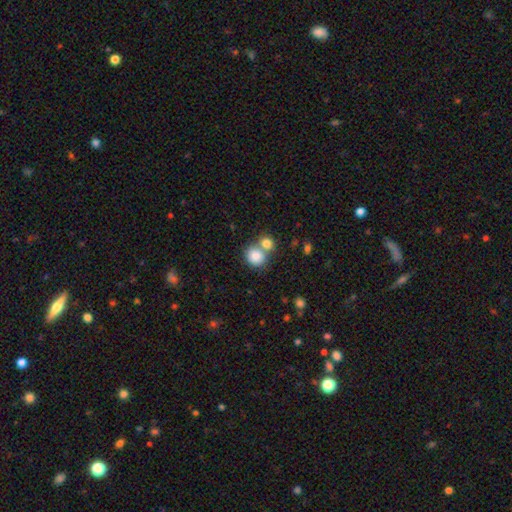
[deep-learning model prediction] Overall: smooth (83%). How rounded: round (76%). Merging: merger (49%; none 41%).